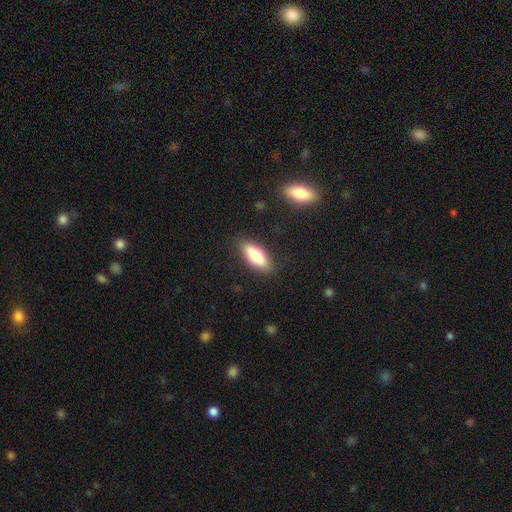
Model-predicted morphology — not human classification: Q: Smooth or featured?
A: smooth (70%); runner-up: featured or disk (23%)
Q: How rounded?
A: in between (62%); runner-up: cigar-shaped (36%)
Q: Merging?
A: none (87%); runner-up: minor disturbance (9%)